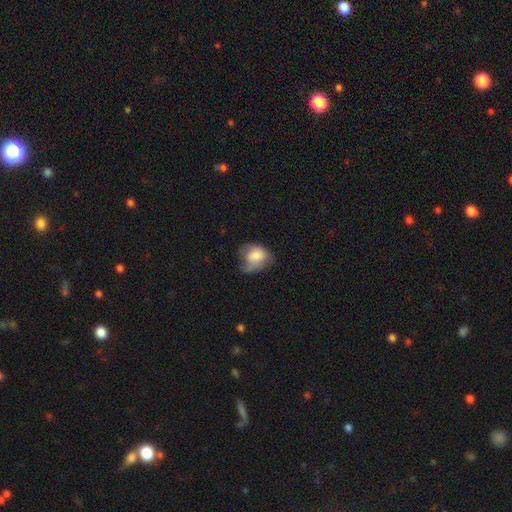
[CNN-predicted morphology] A smooth galaxy with no disk features (72%) that is in between round and cigar-shaped (58%). Merging: minor disturbance (37%).